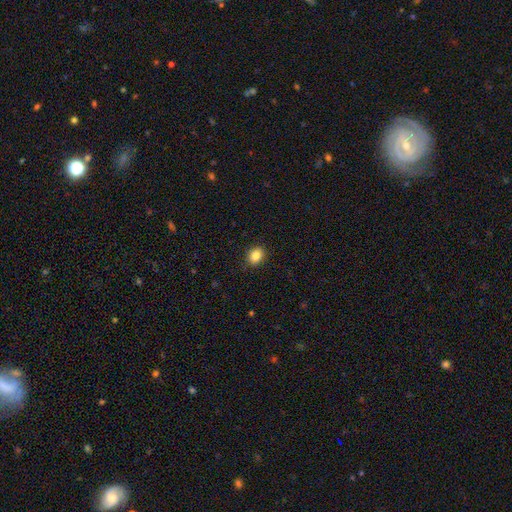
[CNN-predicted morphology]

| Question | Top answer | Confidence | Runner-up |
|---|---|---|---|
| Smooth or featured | smooth | 85% | star or artifact (10%) |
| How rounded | round | 53% | in between (46%) |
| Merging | none | 89% | minor disturbance (8%) |